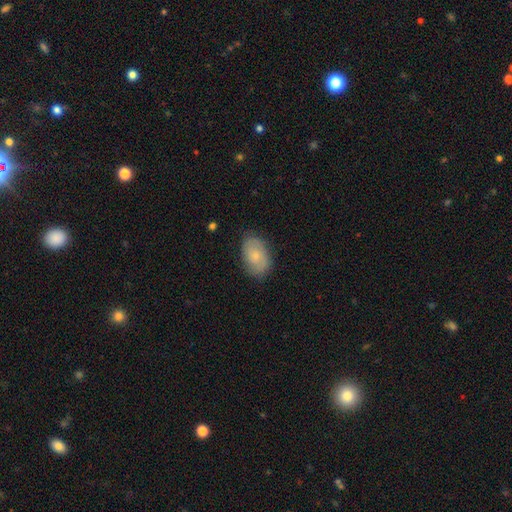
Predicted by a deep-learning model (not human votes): smooth-or-featured: smooth: 61% | featured or disk: 32% | star or artifact: 7%
  how-rounded: in between: 89% | round: 10% | cigar-shaped: 1%
  merging: none: 79% | minor disturbance: 16% | major disturbance: 4% | merger: 1%